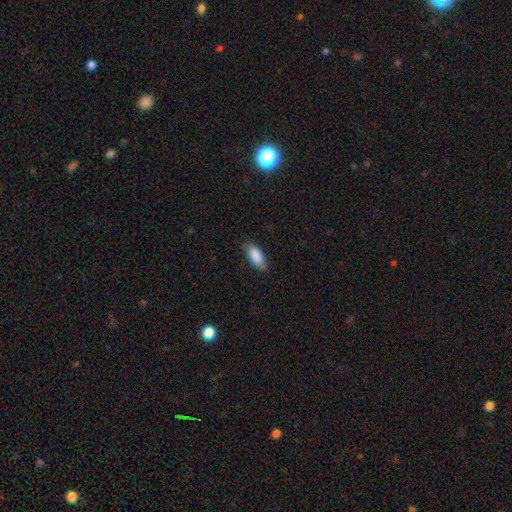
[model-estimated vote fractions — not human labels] Smooth or featured? smooth (88%)
How rounded? in between (86%)
Merging? none (80%)